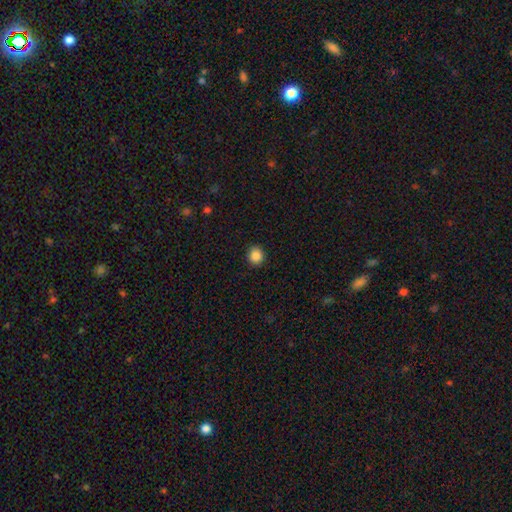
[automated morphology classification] This appears to be a smooth galaxy with no disk features (87%) that is round (85%). Merging: none (91%).